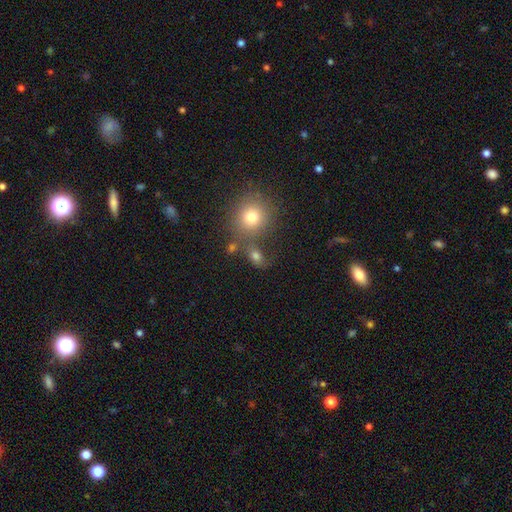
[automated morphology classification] Smooth or featured: smooth — 73% (star or artifact — 17%)
How rounded: in between — 52% (round — 45%)
Merging: none — 56% (merger — 22%)